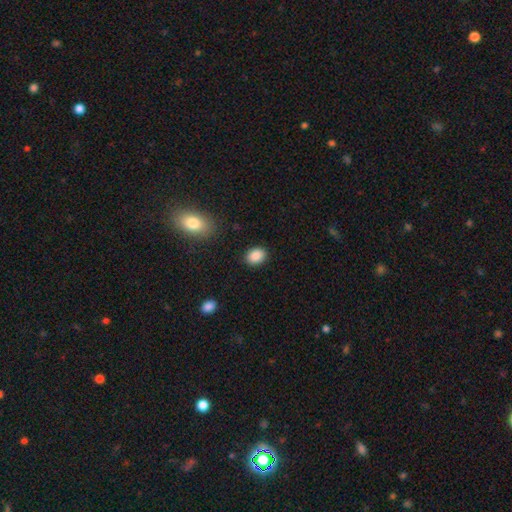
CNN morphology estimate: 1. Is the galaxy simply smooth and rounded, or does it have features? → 88% smooth, 8% star or artifact, 4% featured or disk.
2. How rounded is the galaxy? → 70% in between, 29% round, 1% cigar-shaped.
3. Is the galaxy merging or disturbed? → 88% none, 8% minor disturbance, 2% major disturbance, 1% merger.